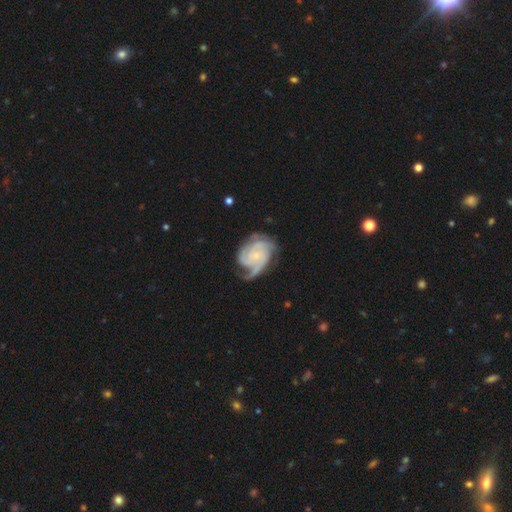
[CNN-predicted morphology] Smooth or featured? featured or disk (90%)
Edge-on disk? no (98%)
Bar? no (72%)
Spiral arms? yes (98%)
Spiral winding? tight (56%)
Spiral arm count? 3 (51%)
Bulge size? small (78%)
Merging? none (66%)